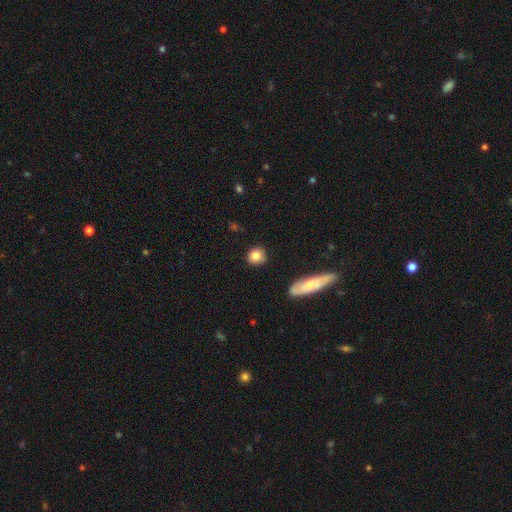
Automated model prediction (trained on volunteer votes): smooth_or_featured: smooth (p=0.83) [alt: star or artifact p=0.09]
how_rounded: round (p=0.83) [alt: in between p=0.15]
merging: none (p=0.85) [alt: minor disturbance p=0.11]